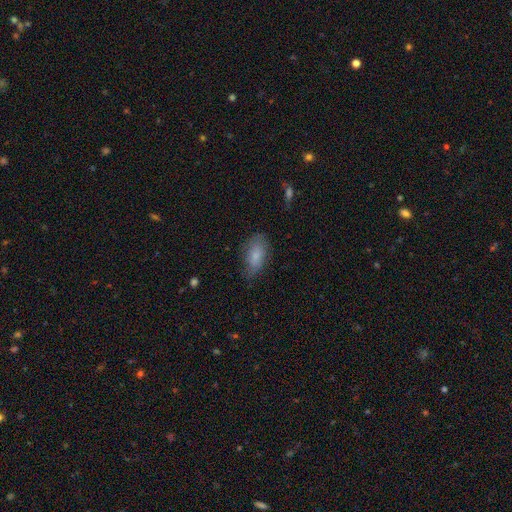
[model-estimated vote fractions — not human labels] smooth-or-featured: smooth: 74% | featured or disk: 19% | star or artifact: 7%
  how-rounded: in between: 90% | cigar-shaped: 5% | round: 4%
  merging: none: 66% | minor disturbance: 25% | major disturbance: 7% | merger: 1%